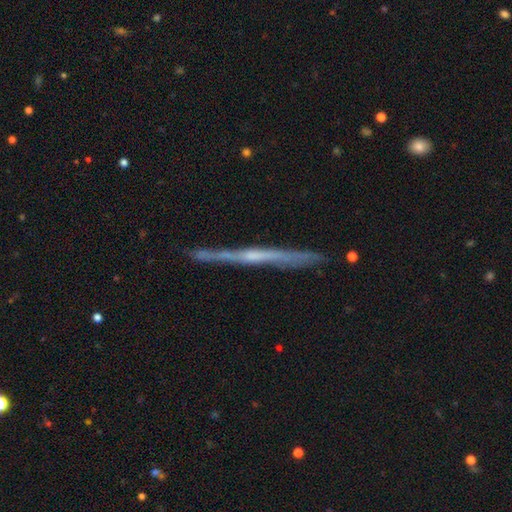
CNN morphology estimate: type=featured or disk (74%); edge-on=yes (97%); edge-on bulge=none (51%); merging=none (85%).